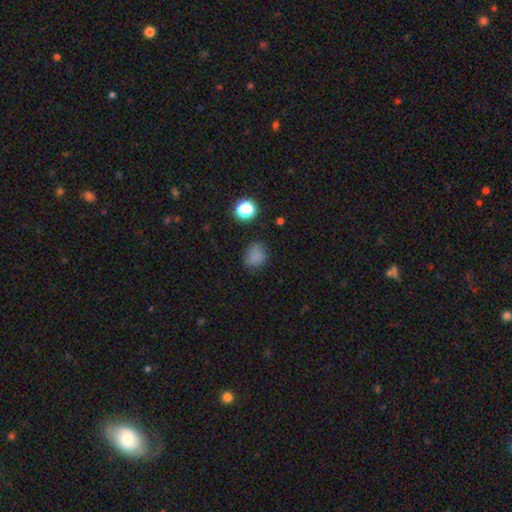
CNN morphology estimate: This is likely a smooth galaxy (78%). How rounded: likely round (63%). Merging: likely none (76%).